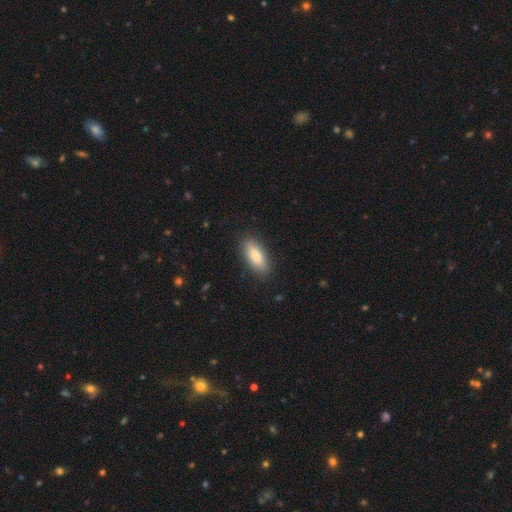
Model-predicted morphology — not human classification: A smooth galaxy with no disk features (79%) that is in between round and cigar-shaped (76%).

Vote fractions:
- Smooth or featured? smooth: 79% / featured or disk: 15% / star or artifact: 6%
- How rounded? in between: 76% / cigar-shaped: 22% / round: 2%
- Merging? none: 86% / minor disturbance: 10% / major disturbance: 2% / merger: 1%